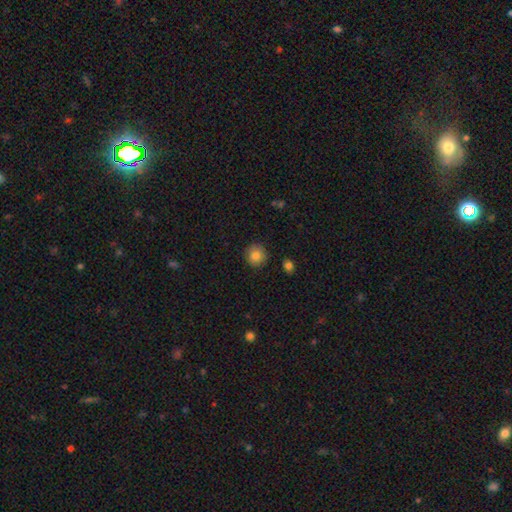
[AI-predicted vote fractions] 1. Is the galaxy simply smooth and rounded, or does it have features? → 83% smooth, 10% star or artifact, 7% featured or disk.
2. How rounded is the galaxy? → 91% round, 8% in between, 1% cigar-shaped.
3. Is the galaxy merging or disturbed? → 88% none, 9% minor disturbance, 2% major disturbance, 1% merger.